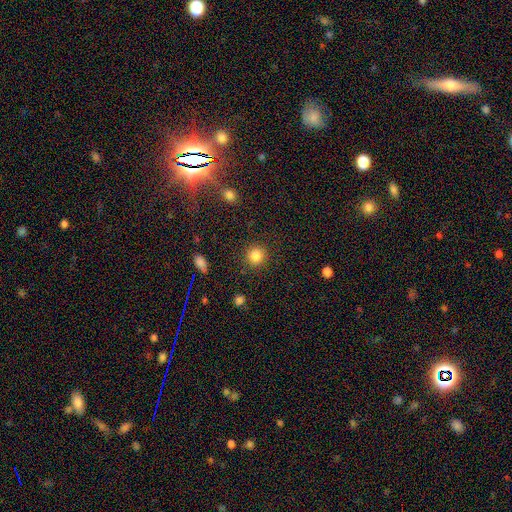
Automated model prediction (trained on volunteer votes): Overall: smooth (85%). How rounded: round (91%). Merging: none (90%).